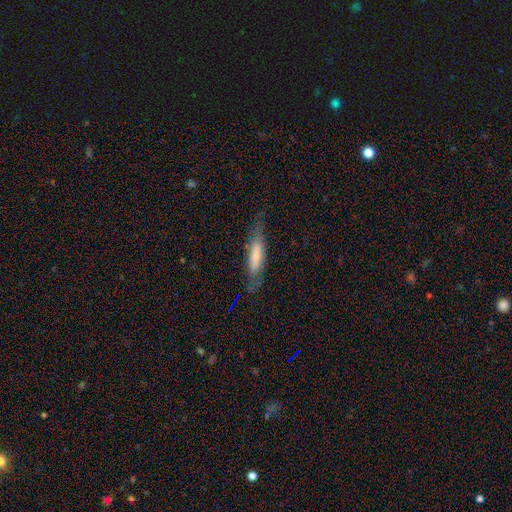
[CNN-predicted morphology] smooth-or-featured: smooth: 58% | featured or disk: 35% | star or artifact: 7%
  how-rounded: cigar-shaped: 77% | in between: 22% | round: 1%
  merging: none: 73% | minor disturbance: 19% | major disturbance: 7% | merger: 2%